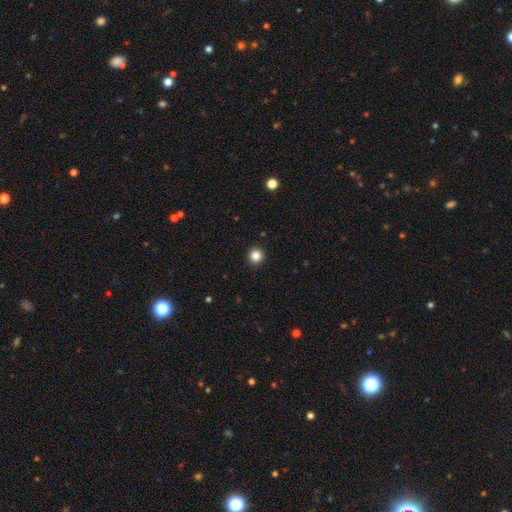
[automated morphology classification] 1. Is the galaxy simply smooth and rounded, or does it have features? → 84% smooth, 12% star or artifact, 4% featured or disk.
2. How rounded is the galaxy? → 95% round, 4% in between, 1% cigar-shaped.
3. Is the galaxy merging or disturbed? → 93% none, 4% minor disturbance, 1% major disturbance, 1% merger.